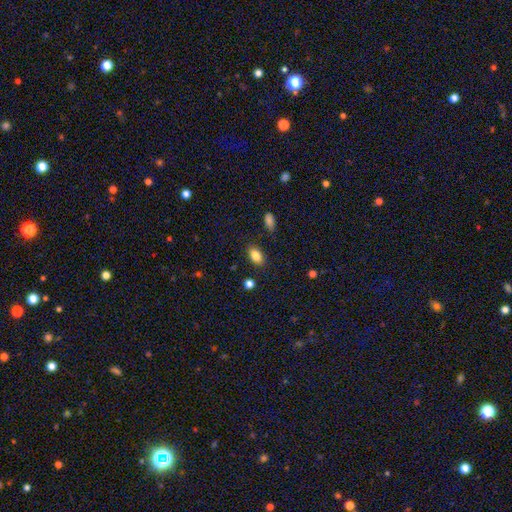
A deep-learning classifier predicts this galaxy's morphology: Q: Smooth or featured?
A: smooth (83%); runner-up: star or artifact (9%)
Q: How rounded?
A: in between (86%); runner-up: round (12%)
Q: Merging?
A: none (85%); runner-up: minor disturbance (10%)